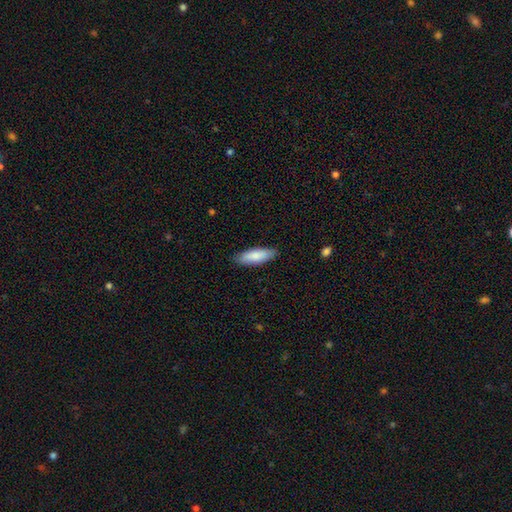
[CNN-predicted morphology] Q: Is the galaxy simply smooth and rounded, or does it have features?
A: smooth — 84%.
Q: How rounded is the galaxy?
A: in between — 57%.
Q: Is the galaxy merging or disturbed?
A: none — 87%.